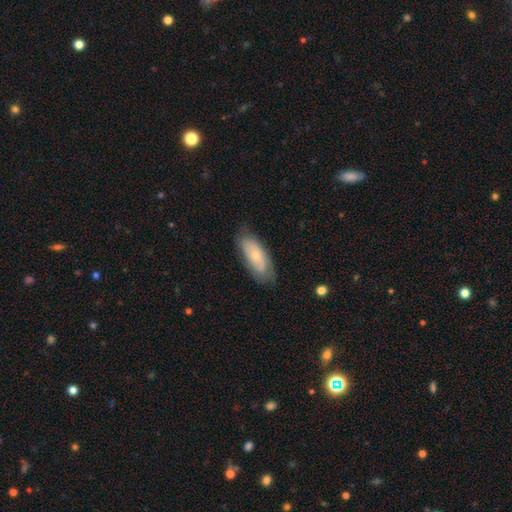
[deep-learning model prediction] Overall: smooth (55%; featured or disk 38%). How rounded: in between (80%). Merging: none (74%).